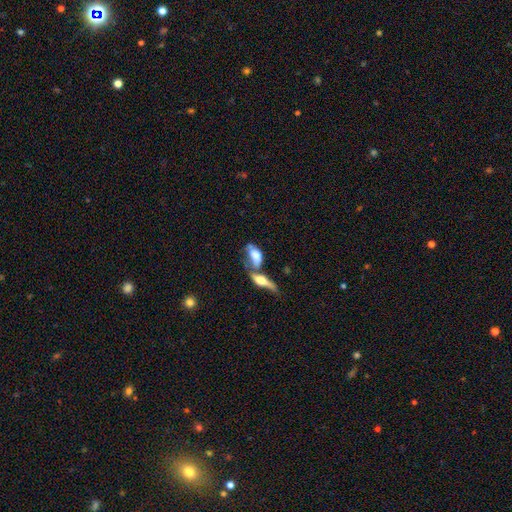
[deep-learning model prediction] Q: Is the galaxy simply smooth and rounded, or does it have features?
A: smooth — 55%.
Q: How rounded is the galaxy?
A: in between — 81%.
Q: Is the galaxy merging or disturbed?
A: merger — 64%.